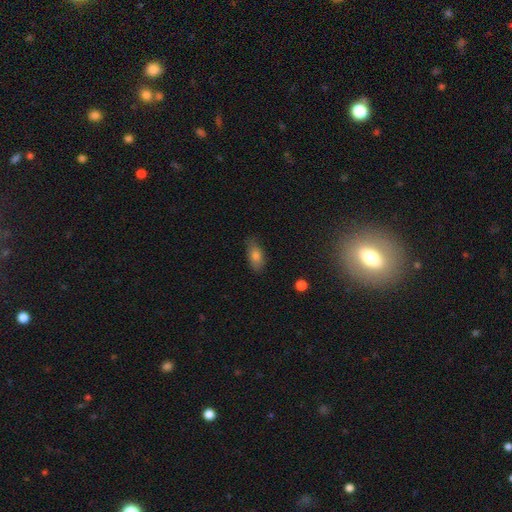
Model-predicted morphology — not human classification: Smooth or featured? smooth (78%)
How rounded? in between (86%)
Merging? none (76%)